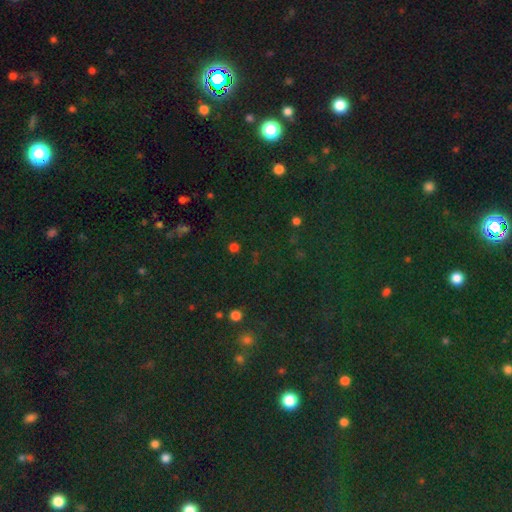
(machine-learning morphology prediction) The model was most divided on "smooth or featured": star or artifact: 75%, smooth: 17%, featured or disk: 8%.